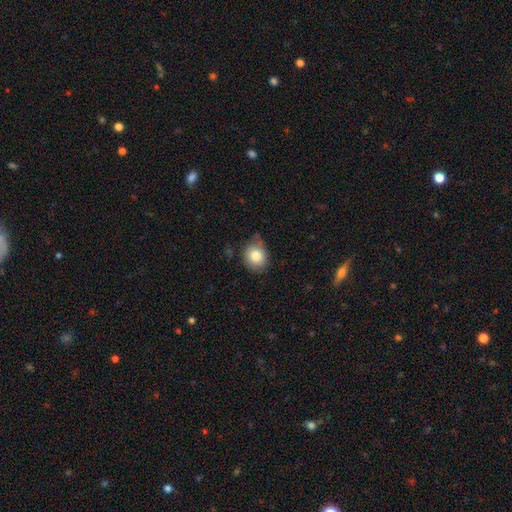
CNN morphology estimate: Smooth or featured?
  - smooth: 82% *
  - star or artifact: 9%
  - featured or disk: 8%
How rounded?
  - round: 77% *
  - in between: 22%
  - cigar-shaped: 1%
Merging?
  - none: 71% *
  - minor disturbance: 22%
  - major disturbance: 4%
  - merger: 3%